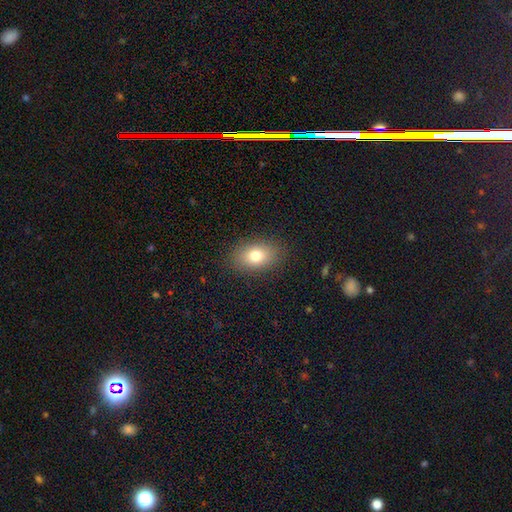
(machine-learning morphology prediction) type=smooth (77%); roundness=in between (81%); merging=none (87%).